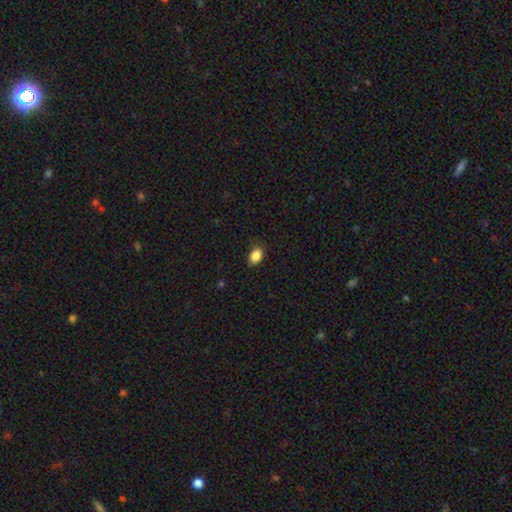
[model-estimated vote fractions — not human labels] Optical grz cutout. It shows a smooth galaxy with no disk features (87%) that is in between round and cigar-shaped (80%). Merging: none (83%).